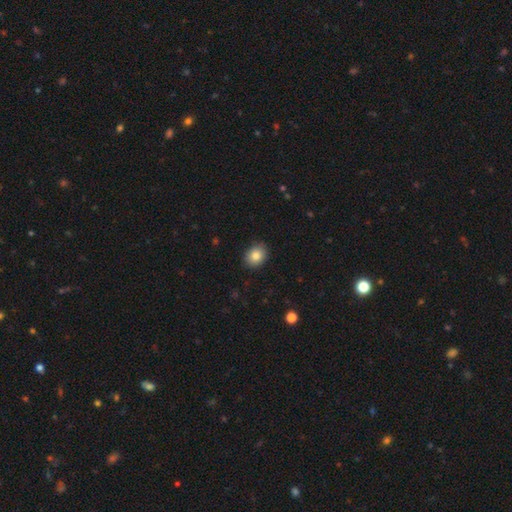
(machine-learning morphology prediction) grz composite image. It shows a smooth galaxy with no disk features (84%) that is in between round and cigar-shaped (54%). Merging: none (89%).